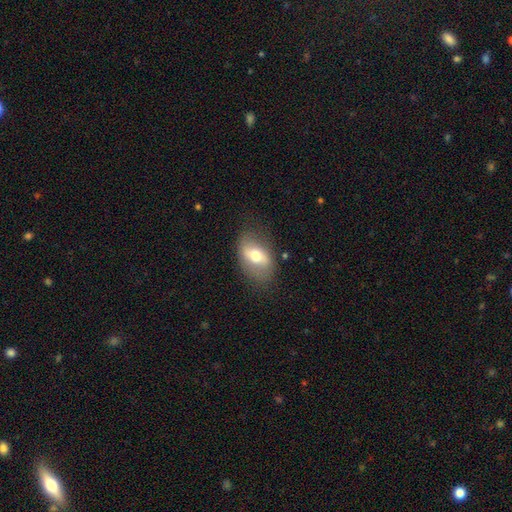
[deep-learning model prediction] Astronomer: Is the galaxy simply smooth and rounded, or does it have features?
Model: smooth — 52% (runner-up: featured or disk, 41%).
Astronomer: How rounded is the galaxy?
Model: in between — 84%.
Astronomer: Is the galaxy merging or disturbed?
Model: none — 72%.